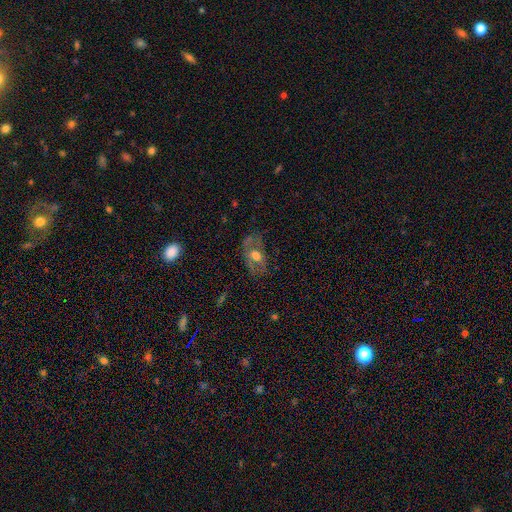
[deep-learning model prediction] smooth_or_featured: featured or disk (p=0.49) [alt: smooth p=0.41]
merging: none (p=0.58) [alt: minor disturbance p=0.24]